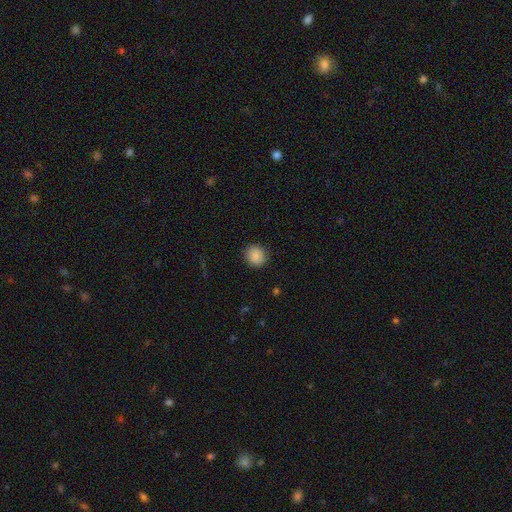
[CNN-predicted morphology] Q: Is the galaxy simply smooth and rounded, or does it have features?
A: smooth — 87%.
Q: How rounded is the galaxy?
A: round — 85%.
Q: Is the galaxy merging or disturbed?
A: none — 89%.